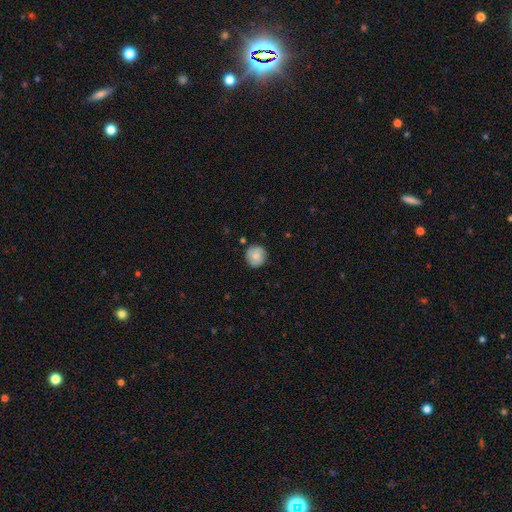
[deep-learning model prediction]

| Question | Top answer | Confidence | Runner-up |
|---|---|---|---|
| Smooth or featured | smooth | 70% | featured or disk (22%) |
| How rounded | round | 92% | in between (7%) |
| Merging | none | 83% | minor disturbance (12%) |